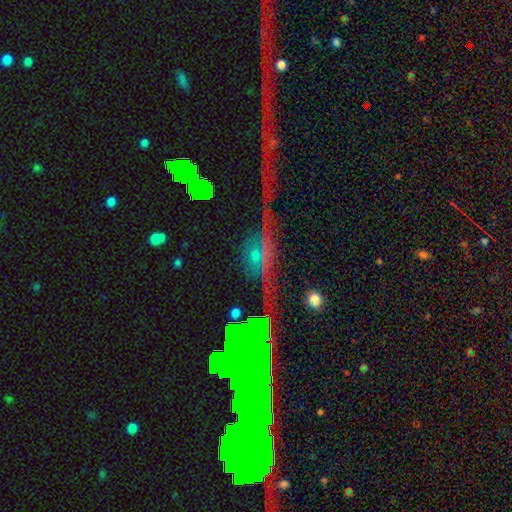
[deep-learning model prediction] Smooth or featured? star or artifact (50%)